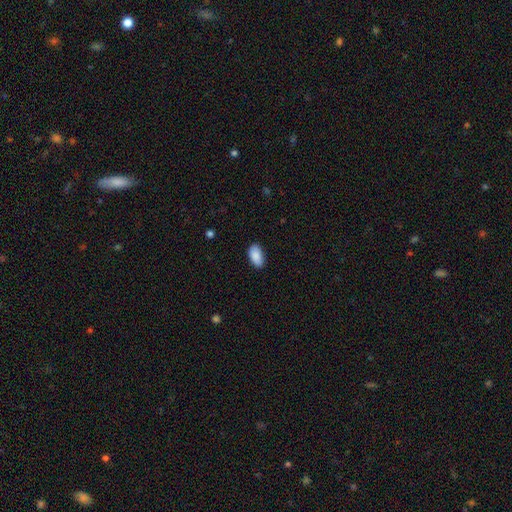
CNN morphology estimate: Smooth or featured?
  - smooth: 89% *
  - star or artifact: 6%
  - featured or disk: 4%
How rounded?
  - in between: 95% *
  - round: 3%
  - cigar-shaped: 2%
Merging?
  - none: 83% *
  - minor disturbance: 13%
  - major disturbance: 2%
  - merger: 1%